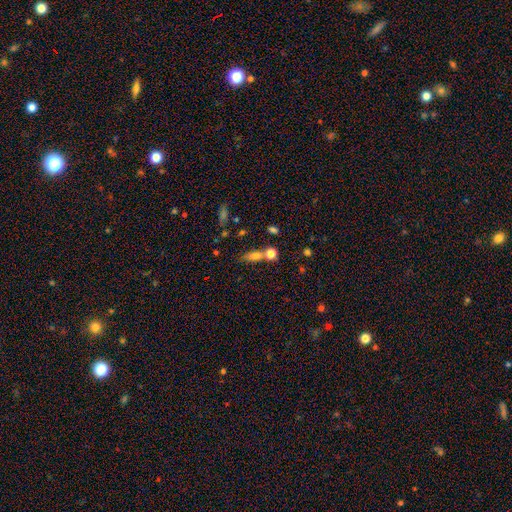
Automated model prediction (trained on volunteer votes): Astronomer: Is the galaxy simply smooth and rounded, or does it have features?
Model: smooth — 70%.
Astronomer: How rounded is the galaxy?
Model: in between — 43% (runner-up: cigar-shaped, 35%).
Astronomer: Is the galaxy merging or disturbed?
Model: none — 51% (runner-up: merger, 30%).